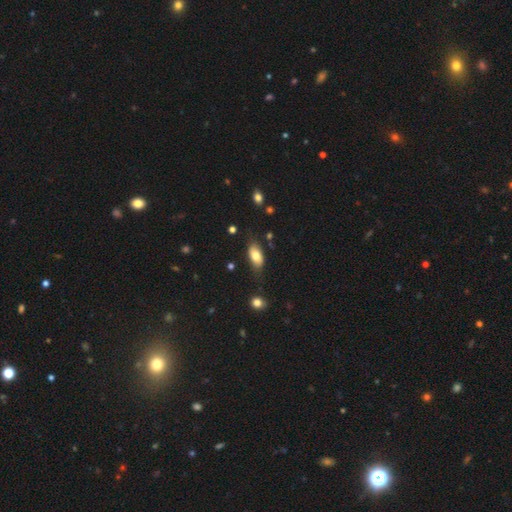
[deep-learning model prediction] A smooth galaxy with no disk features (79%) that is in between round and cigar-shaped (90%).

Vote fractions:
- Smooth or featured? smooth: 79% / featured or disk: 14% / star or artifact: 7%
- How rounded? in between: 90% / cigar-shaped: 6% / round: 4%
- Merging? none: 72% / minor disturbance: 21% / major disturbance: 5% / merger: 3%